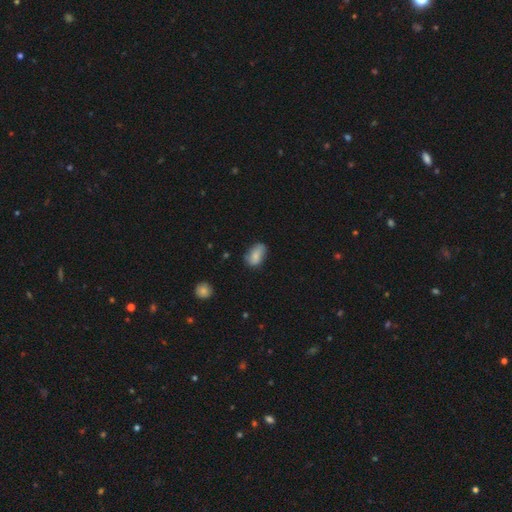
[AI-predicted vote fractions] A smooth galaxy with no disk features (79%) that is in between round and cigar-shaped (90%).

Vote fractions:
- Smooth or featured? smooth: 79% / featured or disk: 13% / star or artifact: 8%
- How rounded? in between: 90% / round: 8% / cigar-shaped: 2%
- Merging? none: 62% / minor disturbance: 30% / major disturbance: 6% / merger: 2%